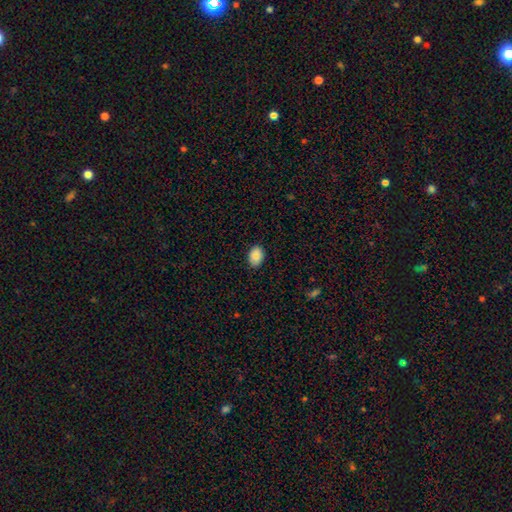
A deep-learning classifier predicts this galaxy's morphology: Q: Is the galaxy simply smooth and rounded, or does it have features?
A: smooth — 87%.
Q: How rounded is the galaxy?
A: in between — 81%.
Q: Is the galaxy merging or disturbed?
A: none — 87%.